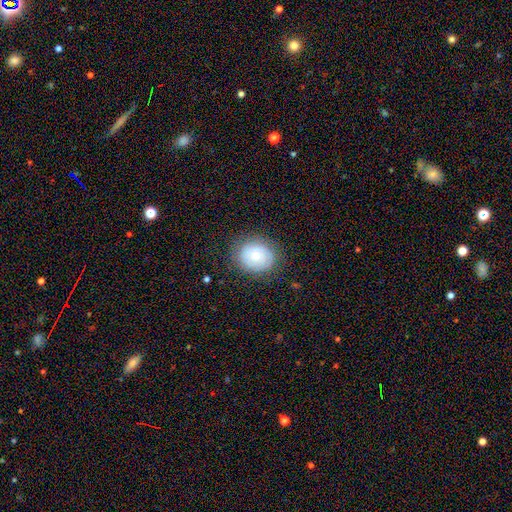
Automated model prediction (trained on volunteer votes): Q: Smooth or featured?
A: smooth (54%); runner-up: featured or disk (37%)
Q: How rounded?
A: round (73%); runner-up: in between (26%)
Q: Merging?
A: none (80%); runner-up: minor disturbance (14%)